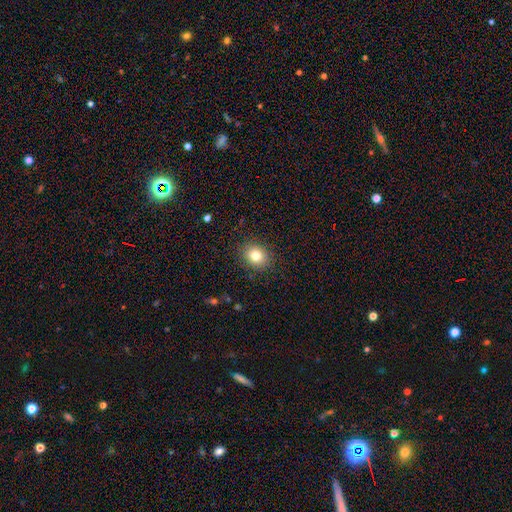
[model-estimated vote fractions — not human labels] A smooth galaxy with no disk features (81%) that is round (61%). Merging: none (88%).